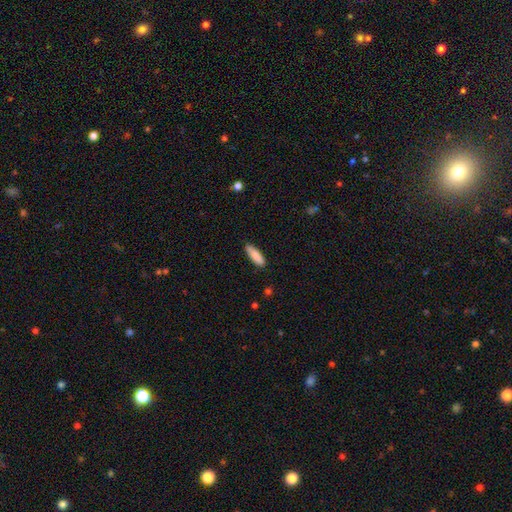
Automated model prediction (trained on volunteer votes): This is clearly a smooth galaxy (87%). How rounded: possibly in between (51%). Merging: clearly none (85%).